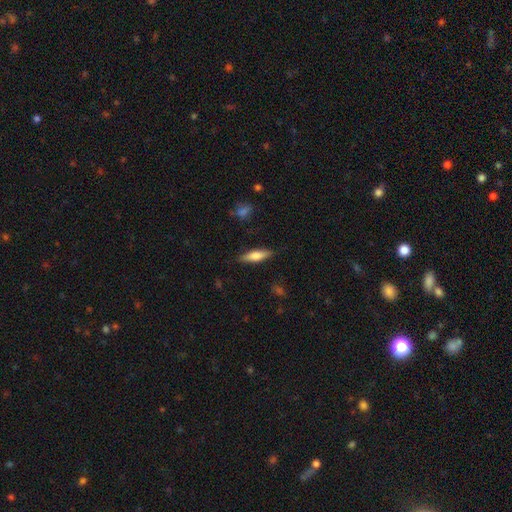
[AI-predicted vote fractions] Q: Smooth or featured?
A: smooth (68%); runner-up: featured or disk (26%)
Q: How rounded?
A: cigar-shaped (60%); runner-up: in between (38%)
Q: Merging?
A: none (85%); runner-up: minor disturbance (11%)